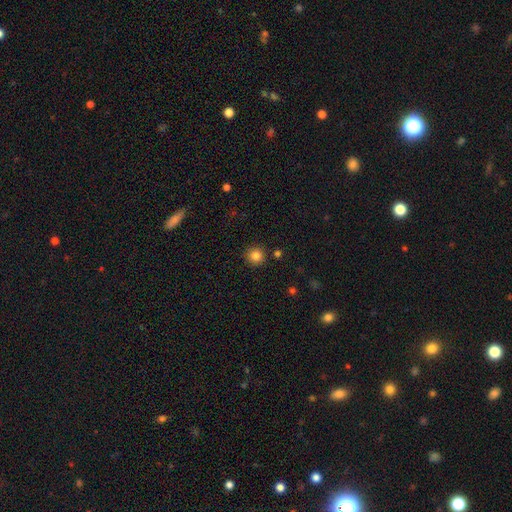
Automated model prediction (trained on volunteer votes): Q: Smooth or featured?
A: smooth (83%); runner-up: star or artifact (12%)
Q: How rounded?
A: round (95%); runner-up: in between (4%)
Q: Merging?
A: none (90%); runner-up: minor disturbance (6%)